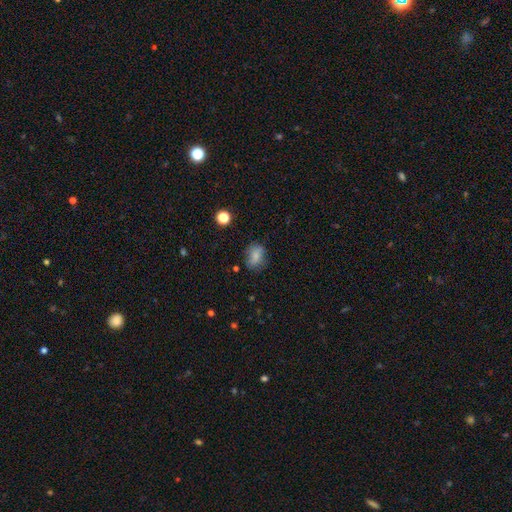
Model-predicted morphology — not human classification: Q: Smooth or featured?
A: smooth (76%); runner-up: featured or disk (13%)
Q: How rounded?
A: in between (71%); runner-up: round (27%)
Q: Merging?
A: none (65%); runner-up: minor disturbance (24%)